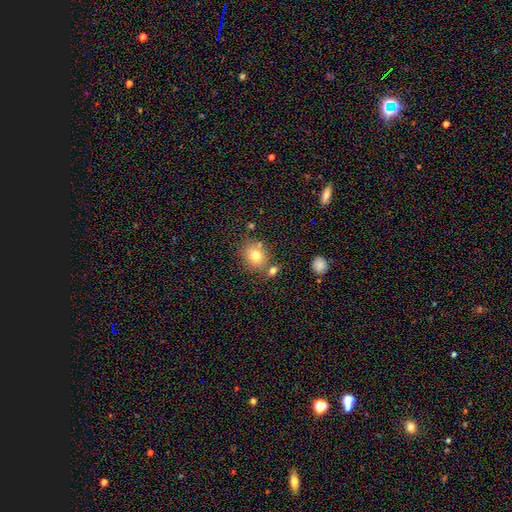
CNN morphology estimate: Overall: smooth (76%). How rounded: round (67%; in between 32%). Merging: none (67%).